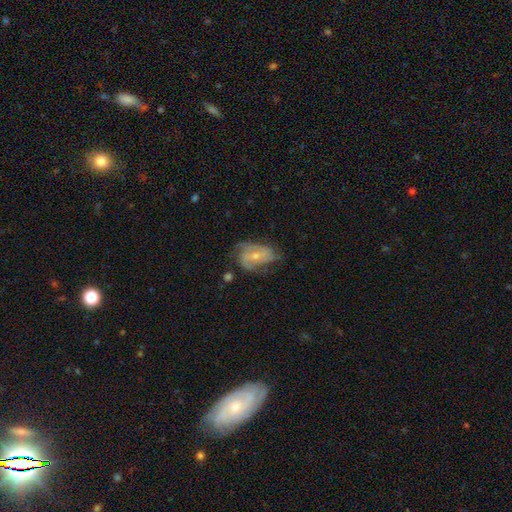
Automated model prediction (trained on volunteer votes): smooth-or-featured: featured or disk: 75% | smooth: 19% | star or artifact: 7%
  disk-edge-on: no: 96% | yes: 4%
    bar: no: 55% | weak: 34% | strong: 11%
    has-spiral-arms: yes: 90% | no: 10%
      spiral-winding: medium: 45% | tight: 33% | loose: 22%
      spiral-arm-count: 2: 46% | 3: 24% | can't tell: 19% | 1: 5% | 4: 4% | more than 4: 3%
    bulge-size: small: 53% | moderate: 43% | none: 2% | large: 1% | dominant: 1%
  merging: none: 54% | minor disturbance: 28% | major disturbance: 16% | merger: 2%